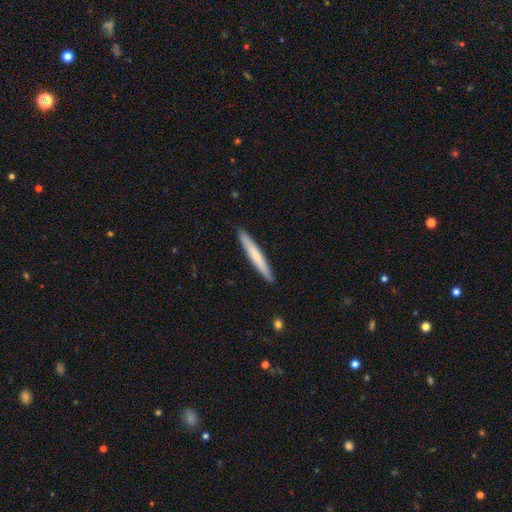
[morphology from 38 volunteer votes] smooth_or_featured: smooth (p=0.61) [alt: featured or disk p=0.34]
how_rounded: cigar-shaped (p=0.96) [alt: in between p=0.04]
merging: none (p=0.86) [alt: minor disturbance p=0.14]